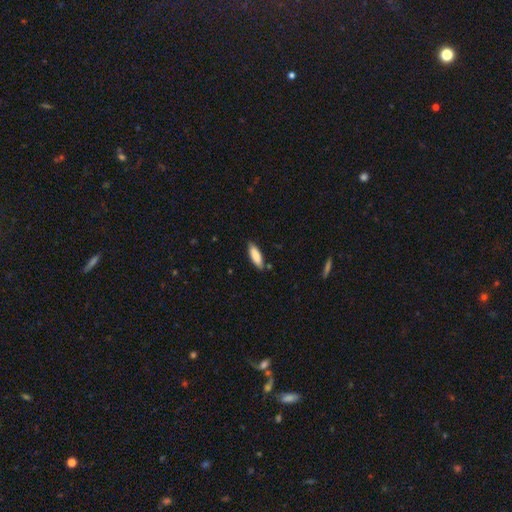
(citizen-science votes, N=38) smooth 82%, featured or disk 16%, star or artifact 3%. Down the decision tree: how rounded — cigar-shaped (55%); merging — none (84%).